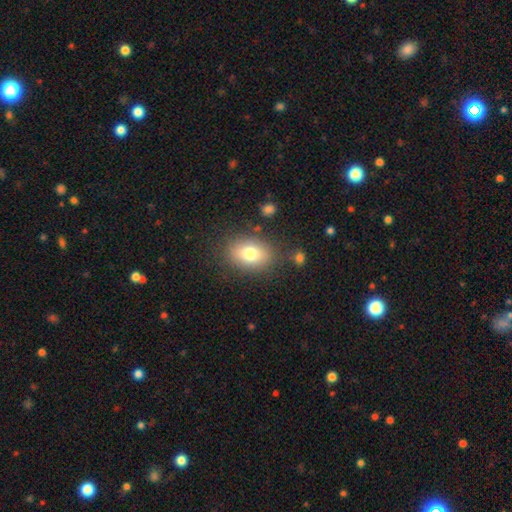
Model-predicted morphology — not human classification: smooth-or-featured: smooth: 71% | star or artifact: 21% | featured or disk: 8%
  how-rounded: in between: 73% | round: 25% | cigar-shaped: 2%
  merging: none: 87% | minor disturbance: 8% | merger: 2% | major disturbance: 2%